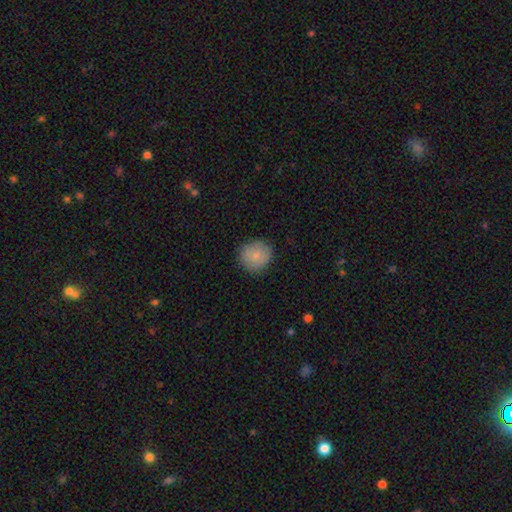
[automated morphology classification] Smooth or featured? Predicted: smooth (p=0.82). How rounded? Predicted: round (p=0.91). Merging? Predicted: none (p=0.84).